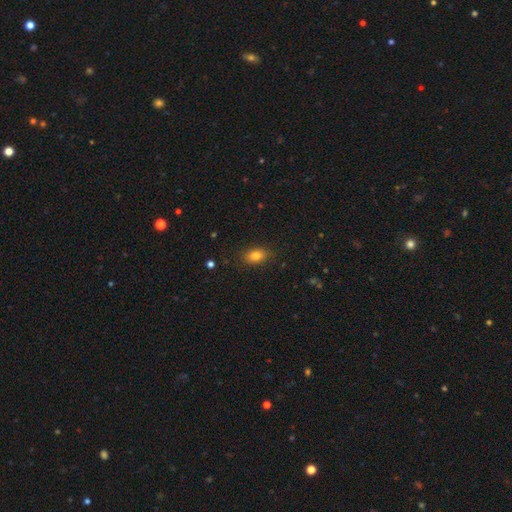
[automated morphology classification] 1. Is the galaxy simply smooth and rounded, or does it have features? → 81% smooth, 10% star or artifact, 9% featured or disk.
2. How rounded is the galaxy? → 84% in between, 13% round, 2% cigar-shaped.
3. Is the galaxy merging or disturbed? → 86% none, 11% minor disturbance, 3% major disturbance, 1% merger.